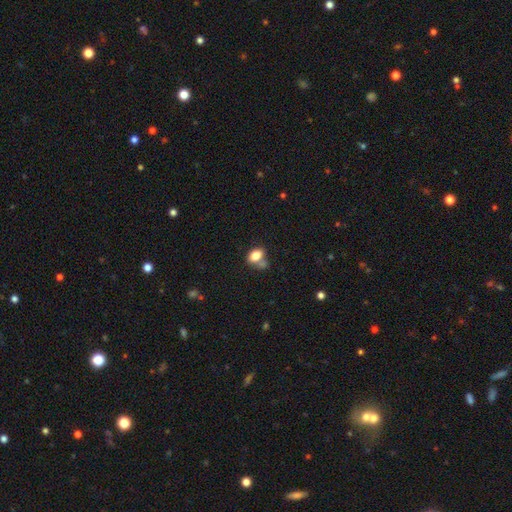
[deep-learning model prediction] smooth 81%, featured or disk 9%, star or artifact 9%. Down the decision tree: how rounded — in between (80%); merging — none (49%).